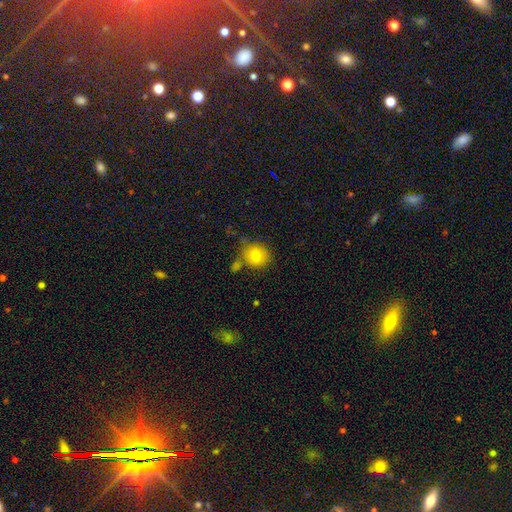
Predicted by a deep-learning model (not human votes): Smooth or featured?
  - smooth: 79% *
  - featured or disk: 11%
  - star or artifact: 10%
How rounded?
  - round: 82% *
  - in between: 18%
  - cigar-shaped: 1%
Merging?
  - none: 71% *
  - minor disturbance: 13%
  - merger: 12%
  - major disturbance: 4%